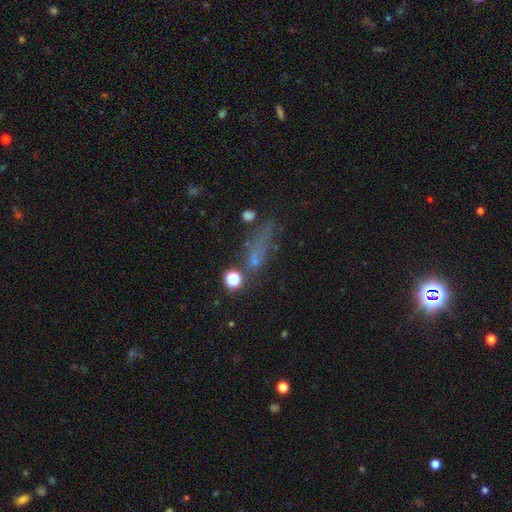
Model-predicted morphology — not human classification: type=smooth (44%); merging=none (48%).